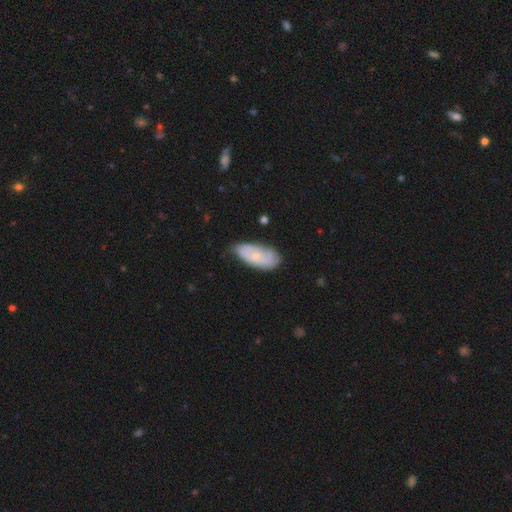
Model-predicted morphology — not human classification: Smooth or featured? smooth (56%)
How rounded? in between (89%)
Merging? none (61%)